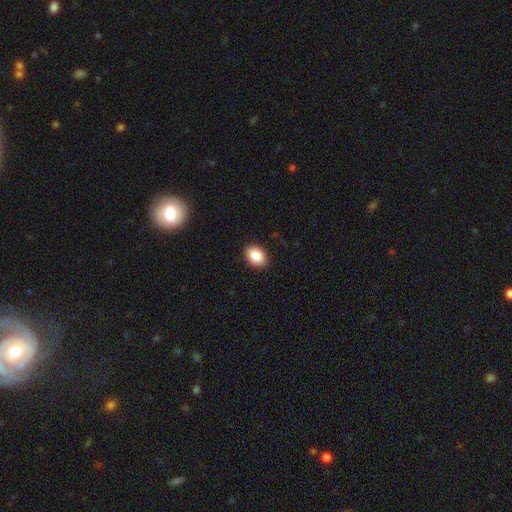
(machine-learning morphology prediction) A smooth galaxy with no disk features (86%) that is in between round and cigar-shaped (80%).

Vote fractions:
- Smooth or featured? smooth: 86% / star or artifact: 8% / featured or disk: 6%
- How rounded? in between: 80% / round: 19% / cigar-shaped: 1%
- Merging? none: 90% / minor disturbance: 8% / major disturbance: 2% / merger: 1%